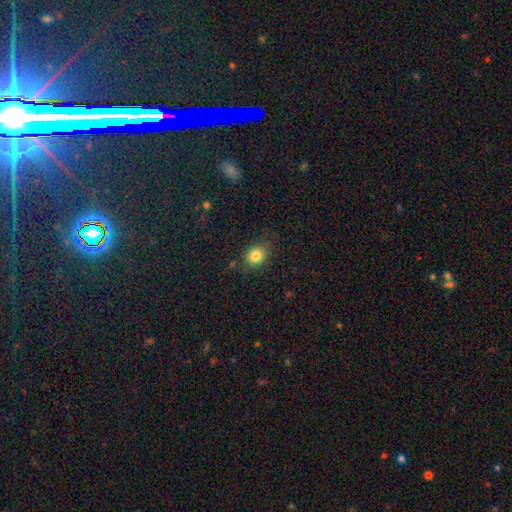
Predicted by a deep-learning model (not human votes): A smooth galaxy with no disk features (82%) that is round (68%).

Vote fractions:
- Smooth or featured? smooth: 82% / star or artifact: 11% / featured or disk: 7%
- How rounded? round: 68% / in between: 31% / cigar-shaped: 1%
- Merging? none: 78% / minor disturbance: 15% / major disturbance: 4% / merger: 2%